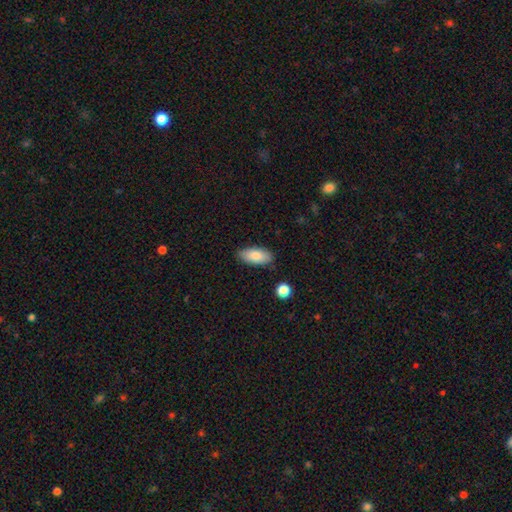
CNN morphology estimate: Q: Smooth or featured?
A: smooth (85%); runner-up: featured or disk (9%)
Q: How rounded?
A: in between (89%); runner-up: cigar-shaped (9%)
Q: Merging?
A: none (84%); runner-up: minor disturbance (11%)